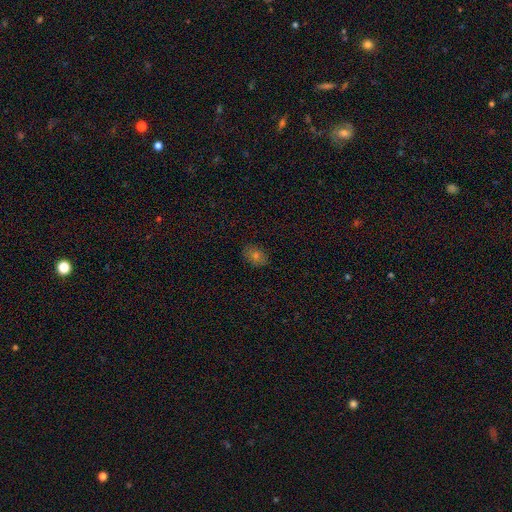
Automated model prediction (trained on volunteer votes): smooth-or-featured: smooth: 67% | star or artifact: 18% | featured or disk: 15%
  how-rounded: in between: 70% | round: 29% | cigar-shaped: 1%
  merging: none: 84% | minor disturbance: 13% | major disturbance: 2% | merger: 1%